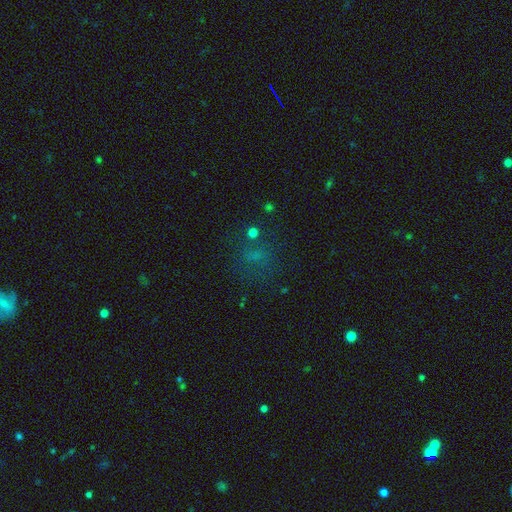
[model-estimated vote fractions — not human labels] Q: Smooth or featured?
A: smooth (46%); runner-up: star or artifact (37%)
Q: Merging?
A: none (64%); runner-up: major disturbance (16%)